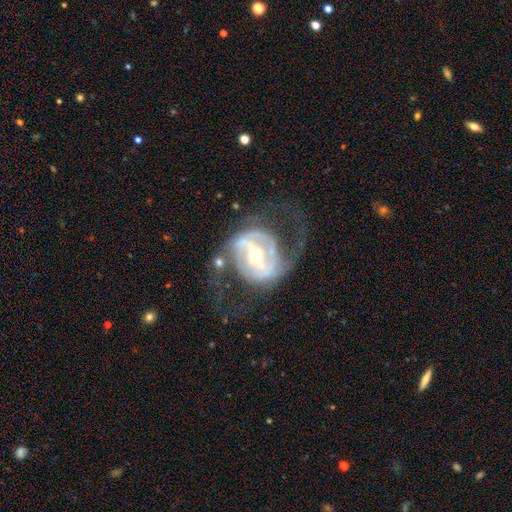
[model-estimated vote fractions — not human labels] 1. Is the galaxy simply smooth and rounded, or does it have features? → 87% featured or disk, 7% smooth, 6% star or artifact.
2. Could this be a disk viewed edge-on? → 96% no, 4% yes.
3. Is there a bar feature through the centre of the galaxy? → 55% strong, 30% weak, 15% no.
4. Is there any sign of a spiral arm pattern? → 88% yes, 12% no.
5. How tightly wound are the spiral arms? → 46% medium, 29% loose, 25% tight.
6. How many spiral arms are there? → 74% 2, 12% can't tell, 6% 3, 4% 1, 2% 4, 2% more than 4.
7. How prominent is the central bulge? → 50% small, 46% moderate, 3% large, 1% dominant, 1% none.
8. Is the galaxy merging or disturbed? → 50% none, 30% major disturbance, 17% minor disturbance, 4% merger.